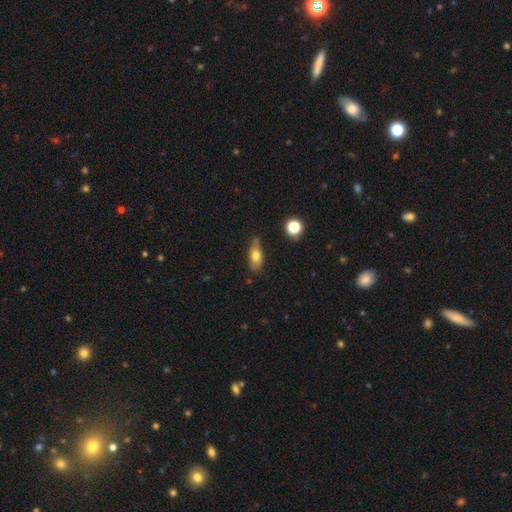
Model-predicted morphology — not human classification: Smooth or featured? Predicted: smooth (p=0.68). How rounded? Predicted: in between (p=0.71). Merging? Predicted: none (p=0.71).